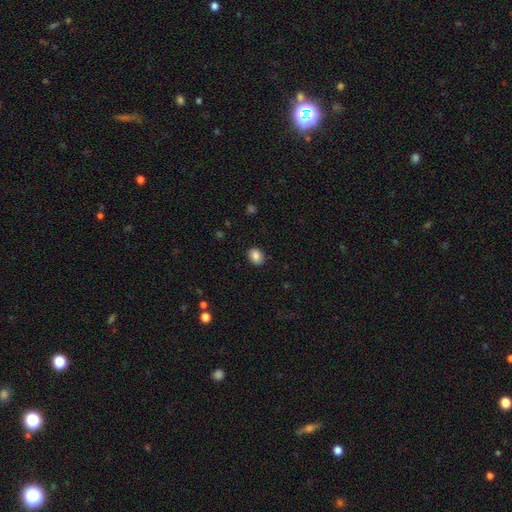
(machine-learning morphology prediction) Smooth or featured? smooth (86%)
How rounded? in between (61%)
Merging? none (89%)